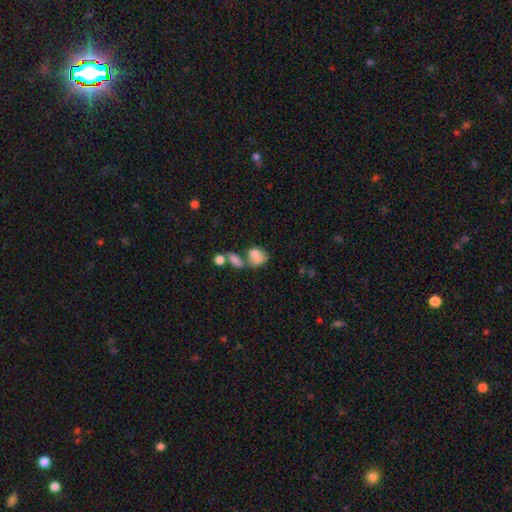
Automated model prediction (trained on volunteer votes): Smooth or featured?
  - smooth: 75% *
  - featured or disk: 14%
  - star or artifact: 10%
How rounded?
  - in between: 61% *
  - round: 37%
  - cigar-shaped: 2%
Merging?
  - merger: 50% *
  - none: 27%
  - minor disturbance: 13%
  - major disturbance: 10%